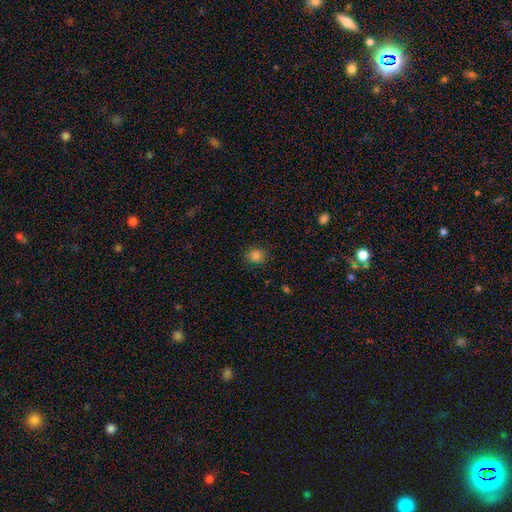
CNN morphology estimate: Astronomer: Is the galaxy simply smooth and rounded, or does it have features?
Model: smooth — 82%.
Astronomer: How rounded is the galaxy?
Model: round — 87%.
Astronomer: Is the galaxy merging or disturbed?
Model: none — 88%.